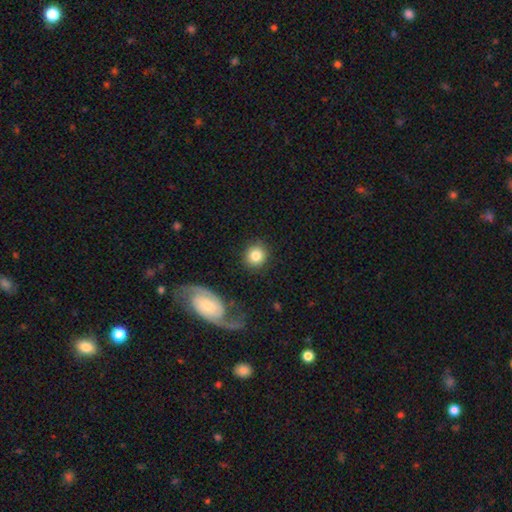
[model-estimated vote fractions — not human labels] A smooth galaxy with no disk features (82%) that is round (88%). Merging: none (85%).